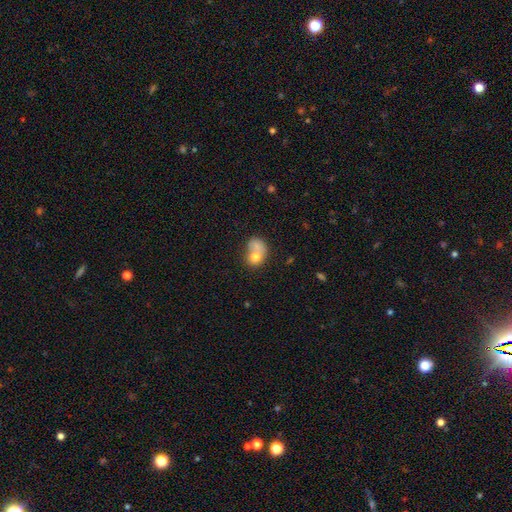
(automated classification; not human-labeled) A smooth galaxy with no disk features (69%) that is round (50%).

Vote fractions:
- Smooth or featured? smooth: 69% / featured or disk: 22% / star or artifact: 9%
- How rounded? round: 50% / in between: 49% / cigar-shaped: 1%
- Merging? merger: 65% / none: 20% / minor disturbance: 8% / major disturbance: 6%